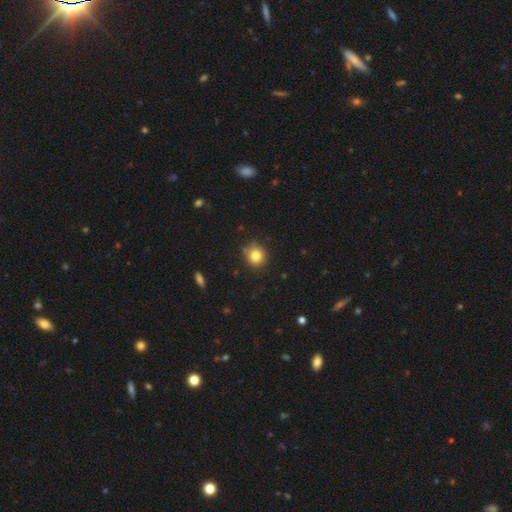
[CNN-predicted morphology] Q: Smooth or featured?
A: smooth (81%); runner-up: star or artifact (11%)
Q: How rounded?
A: round (81%); runner-up: in between (18%)
Q: Merging?
A: none (84%); runner-up: minor disturbance (11%)